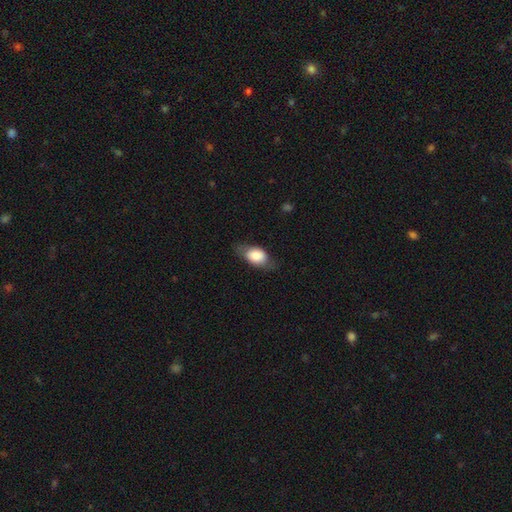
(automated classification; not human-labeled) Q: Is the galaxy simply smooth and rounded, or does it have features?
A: smooth — 71%.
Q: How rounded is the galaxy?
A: in between — 84%.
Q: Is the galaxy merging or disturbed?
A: none — 73%.